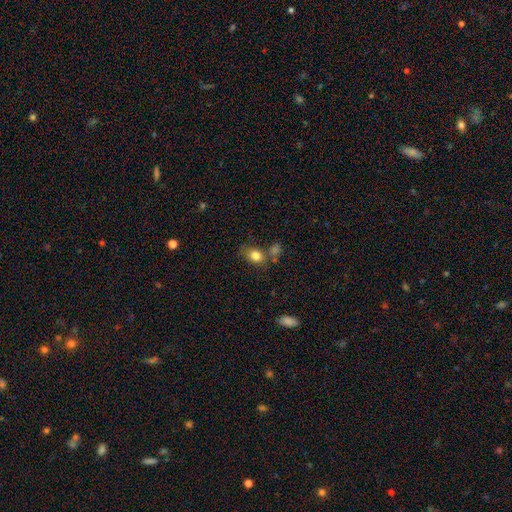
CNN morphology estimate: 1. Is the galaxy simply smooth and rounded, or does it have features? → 82% smooth, 10% star or artifact, 8% featured or disk.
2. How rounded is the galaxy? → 54% in between, 44% round, 1% cigar-shaped.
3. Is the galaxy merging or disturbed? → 60% none, 17% minor disturbance, 16% merger, 6% major disturbance.